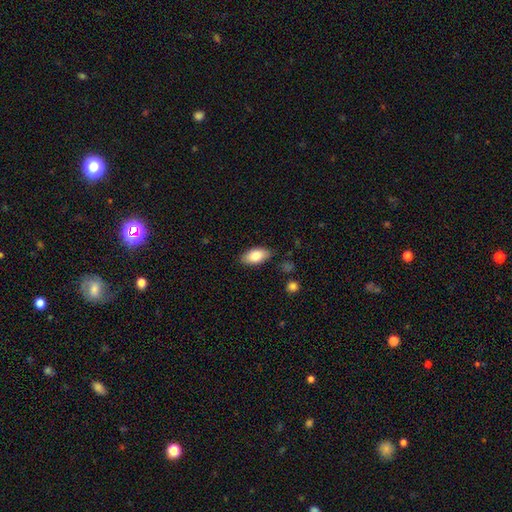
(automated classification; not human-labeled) Smooth or featured?
  - smooth: 83% *
  - featured or disk: 10%
  - star or artifact: 6%
How rounded?
  - in between: 93% *
  - cigar-shaped: 4%
  - round: 3%
Merging?
  - none: 84% *
  - minor disturbance: 12%
  - major disturbance: 3%
  - merger: 1%